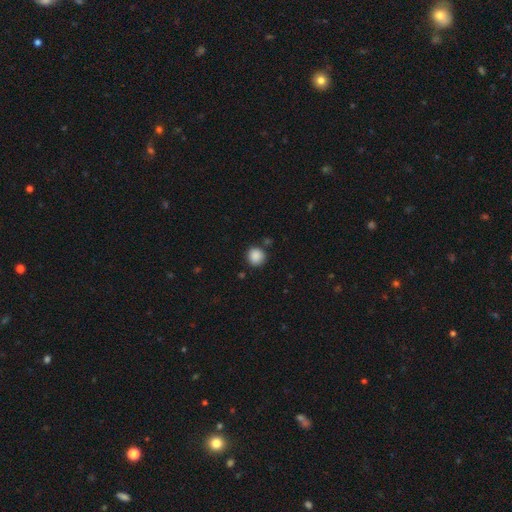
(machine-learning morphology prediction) This appears to be a smooth galaxy with no disk features (88%) that is round (92%). Merging: none (85%).